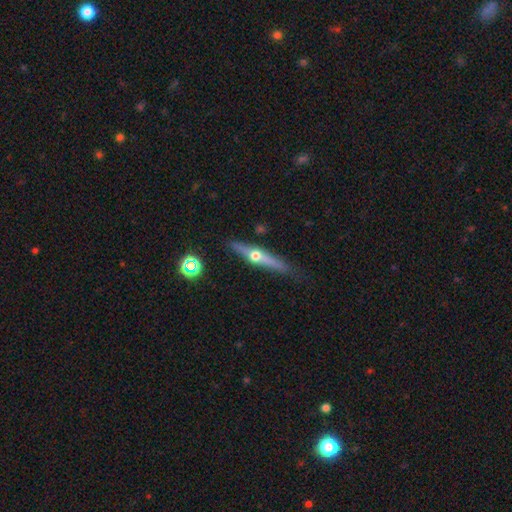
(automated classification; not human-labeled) A featured or disk galaxy (69%) viewed edge-on (96%) with a rounded central bulge (96%). Merging: none (86%).